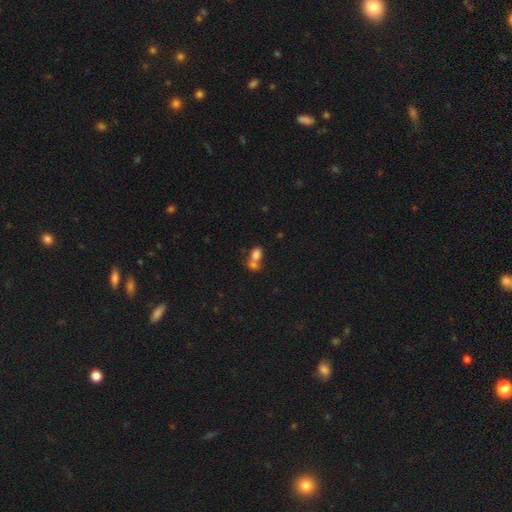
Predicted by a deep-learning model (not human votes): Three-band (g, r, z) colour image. It shows a smooth galaxy with no disk features (78%) that is in between round and cigar-shaped (68%). Merging: merger (61%).